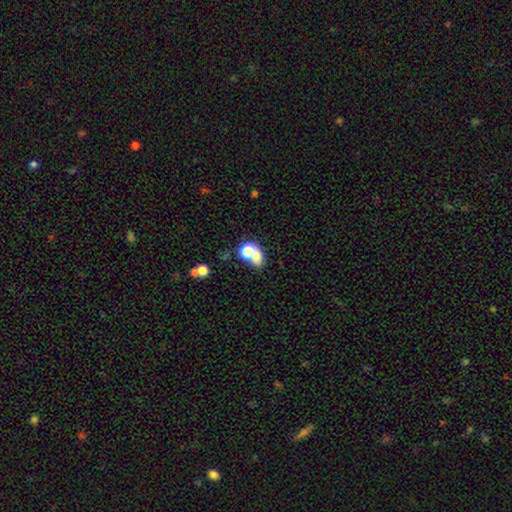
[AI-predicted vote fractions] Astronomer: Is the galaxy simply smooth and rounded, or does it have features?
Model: smooth — 68%.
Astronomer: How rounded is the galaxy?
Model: in between — 55% (runner-up: round, 44%).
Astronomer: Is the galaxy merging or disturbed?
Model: merger — 56%.